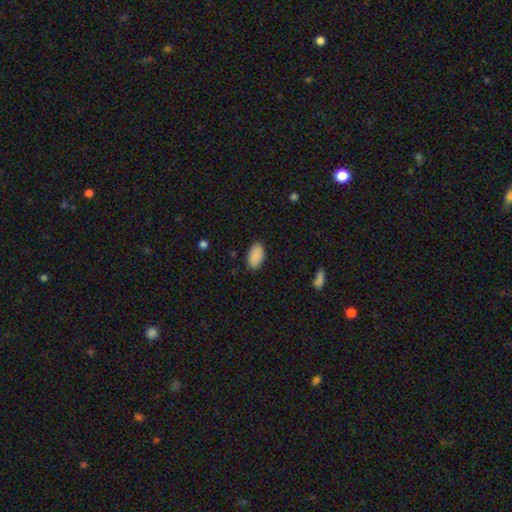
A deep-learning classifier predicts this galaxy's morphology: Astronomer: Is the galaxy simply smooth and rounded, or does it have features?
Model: smooth — 90%.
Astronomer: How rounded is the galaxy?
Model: in between — 95%.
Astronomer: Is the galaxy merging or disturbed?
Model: none — 87%.